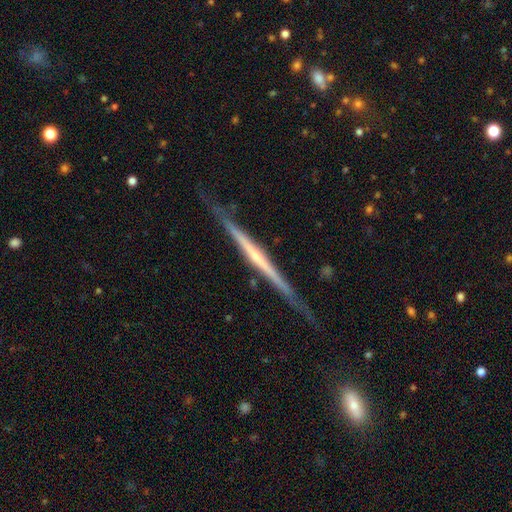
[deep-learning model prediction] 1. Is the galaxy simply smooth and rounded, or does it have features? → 79% featured or disk, 15% smooth, 6% star or artifact.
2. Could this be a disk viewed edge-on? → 98% yes, 2% no.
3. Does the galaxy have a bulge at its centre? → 57% none, 34% rounded, 9% boxy.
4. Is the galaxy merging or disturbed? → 81% none, 15% minor disturbance, 3% major disturbance, 2% merger.